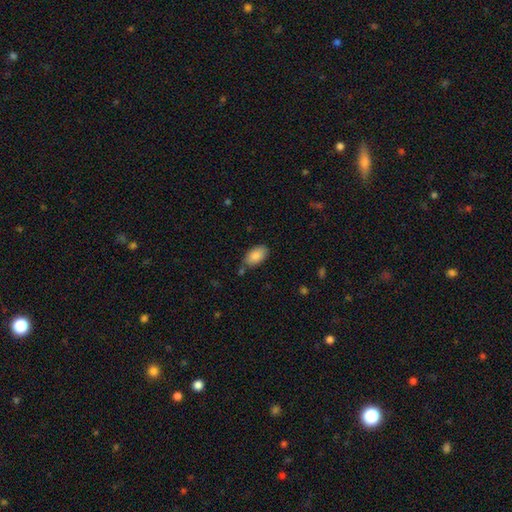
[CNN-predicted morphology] The model was most divided on "merging": none: 73%, minor disturbance: 18%, merger: 6%, major disturbance: 4%. More confident: how rounded — in between (94%); smooth or featured — smooth (86%).